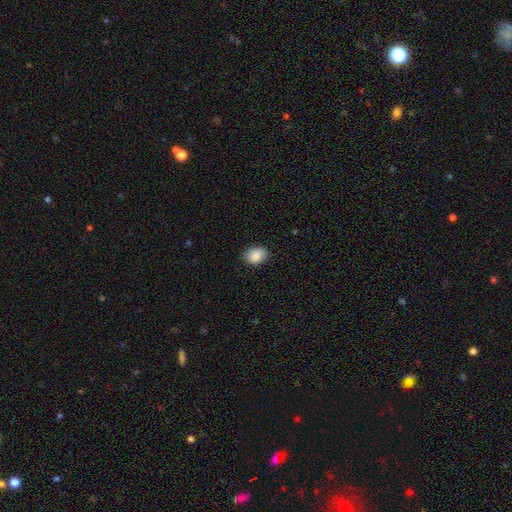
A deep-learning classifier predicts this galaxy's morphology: Smooth or featured: smooth — 87% (star or artifact — 7%)
How rounded: in between — 73% (round — 25%)
Merging: none — 82% (minor disturbance — 15%)